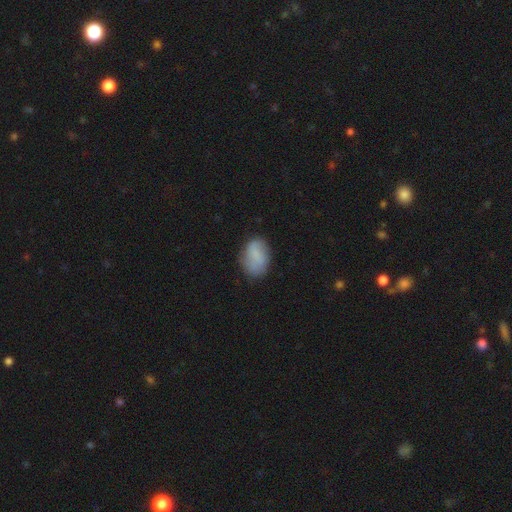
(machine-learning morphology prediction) A smooth galaxy with no disk features (72%) that is in between round and cigar-shaped (86%). Merging: none (68%).